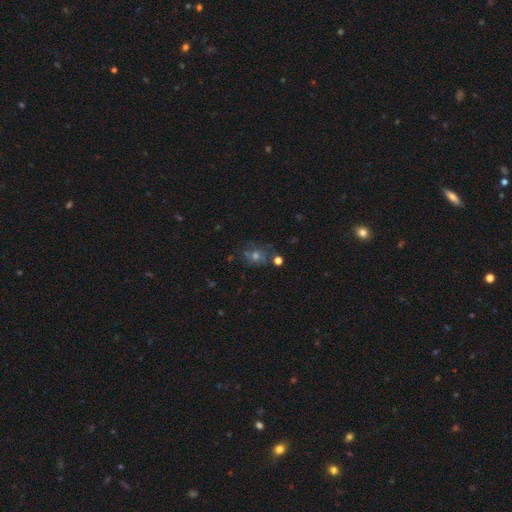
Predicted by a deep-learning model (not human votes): Overall: smooth (40%; featured or disk 31%). Merging: none (64%).